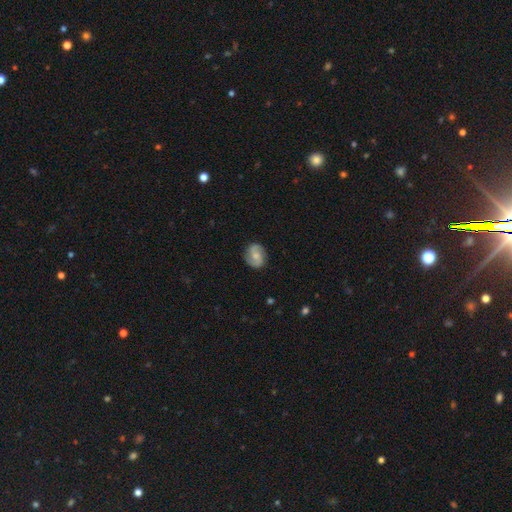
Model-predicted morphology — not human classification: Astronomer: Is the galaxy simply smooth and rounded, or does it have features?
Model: featured or disk — 72%.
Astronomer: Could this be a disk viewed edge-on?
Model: no — 98%.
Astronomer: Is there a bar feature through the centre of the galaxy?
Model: no — 50% (runner-up: weak, 40%).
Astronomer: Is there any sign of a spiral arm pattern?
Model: yes — 94%.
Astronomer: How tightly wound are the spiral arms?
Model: medium — 48% (runner-up: loose, 26%).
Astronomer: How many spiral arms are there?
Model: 2 — 91%.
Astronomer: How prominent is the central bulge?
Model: moderate — 50% (runner-up: small, 41%).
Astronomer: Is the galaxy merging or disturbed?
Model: none — 85%.